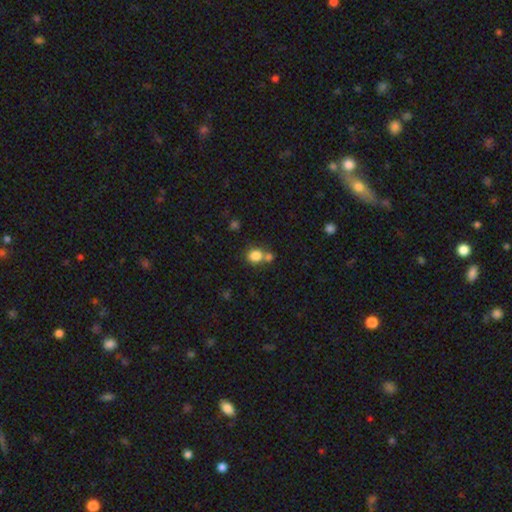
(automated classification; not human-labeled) A smooth galaxy with no disk features (83%) that is round (72%).

Vote fractions:
- Smooth or featured? smooth: 83% / star or artifact: 11% / featured or disk: 7%
- How rounded? round: 72% / in between: 27% / cigar-shaped: 1%
- Merging? none: 52% / merger: 34% / minor disturbance: 10% / major disturbance: 4%